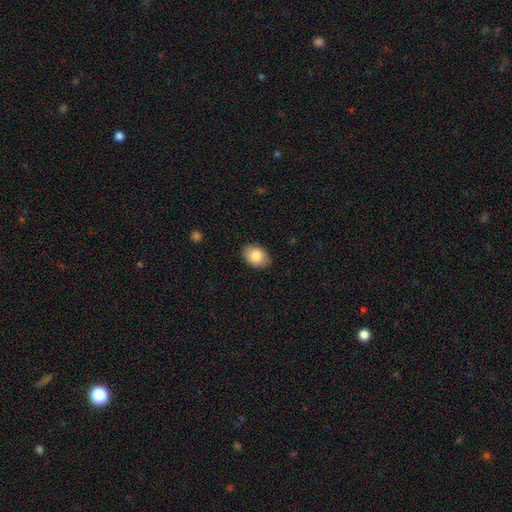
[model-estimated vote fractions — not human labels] This appears to be a smooth galaxy with no disk features (84%) that is in between round and cigar-shaped (79%). Merging: none (87%).